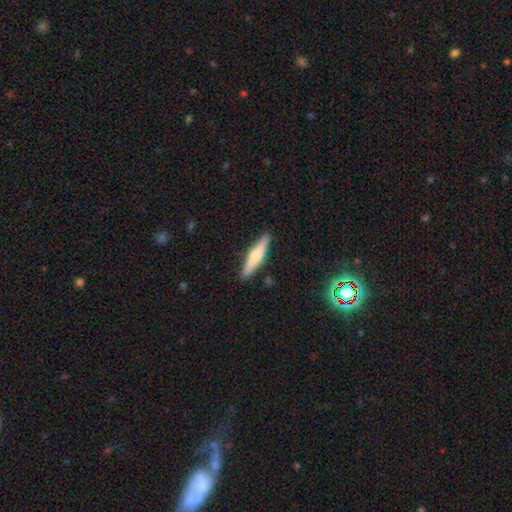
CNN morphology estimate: Smooth or featured? Predicted: smooth (p=0.57). How rounded? Predicted: cigar-shaped (p=0.87). Merging? Predicted: none (p=0.89).